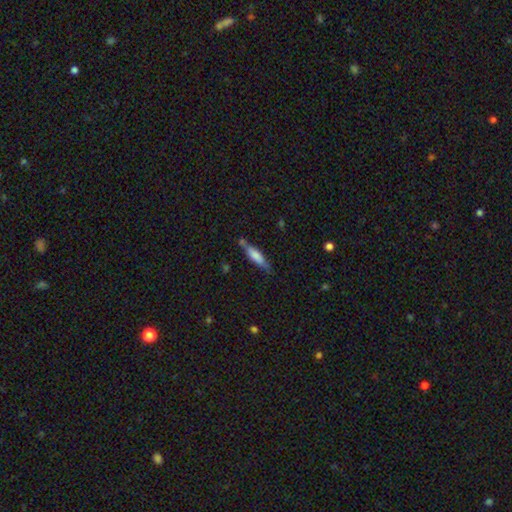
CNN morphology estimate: Smooth or featured? smooth (62%)
How rounded? cigar-shaped (74%)
Merging? none (68%)